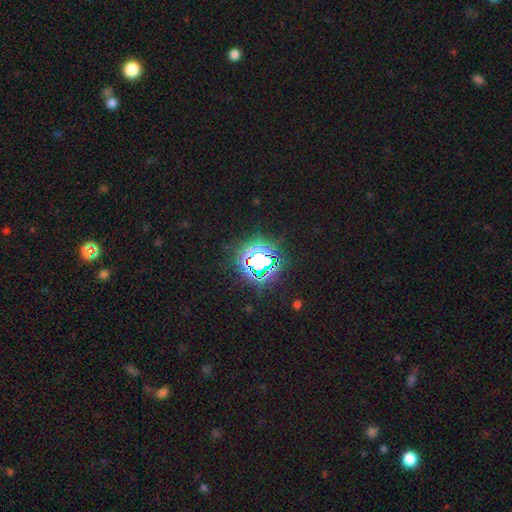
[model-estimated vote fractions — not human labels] A star or artifact, not a galaxy (77%).